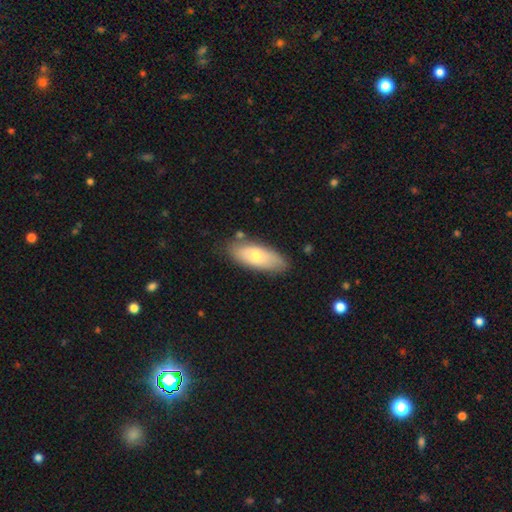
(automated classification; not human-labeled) A smooth galaxy with no disk features (65%) that is in between round and cigar-shaped (79%). Merging: none (78%).